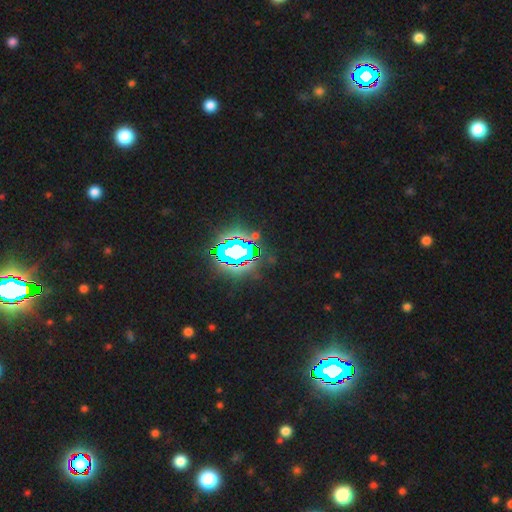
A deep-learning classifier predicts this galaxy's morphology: The model was most divided on "smooth or featured": star or artifact: 83%, smooth: 11%, featured or disk: 7%.